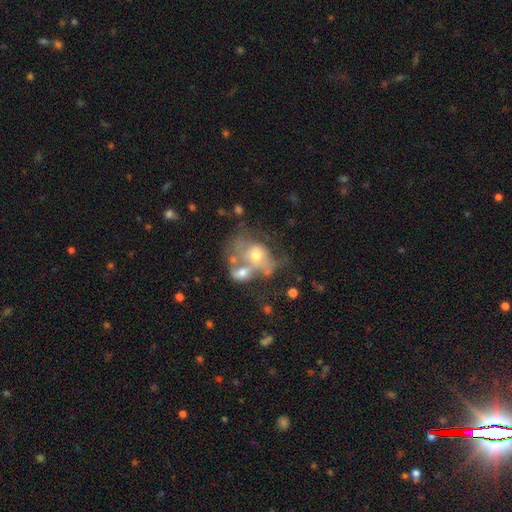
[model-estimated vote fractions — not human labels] Q: Smooth or featured?
A: featured or disk (50%); runner-up: smooth (38%)
Q: Edge-on disk?
A: no (96%); runner-up: yes (4%)
Q: Merging?
A: merger (53%); runner-up: major disturbance (20%)